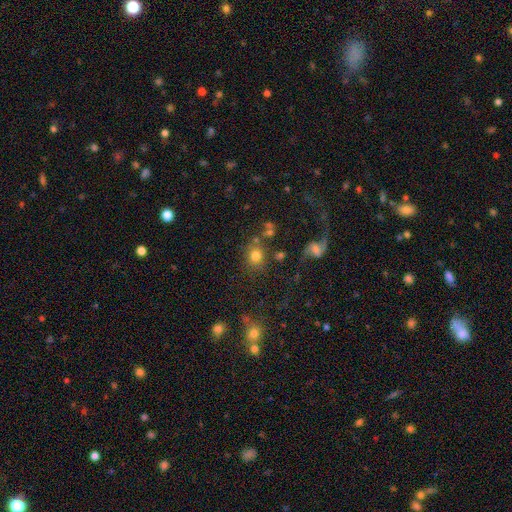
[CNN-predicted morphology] smooth 75%, star or artifact 14%, featured or disk 11%. Down the decision tree: how rounded — round (71%); merging — none (70%).